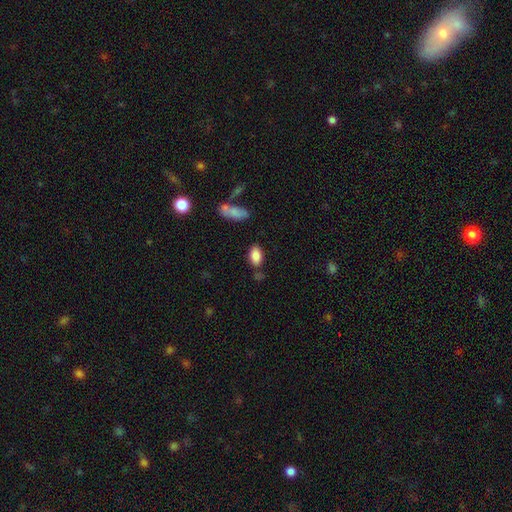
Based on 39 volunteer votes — Smooth or featured: smooth — 90% (featured or disk — 5%)
How rounded: in between — 89% (round — 6%)
Merging: none — 70% (minor disturbance — 16%)